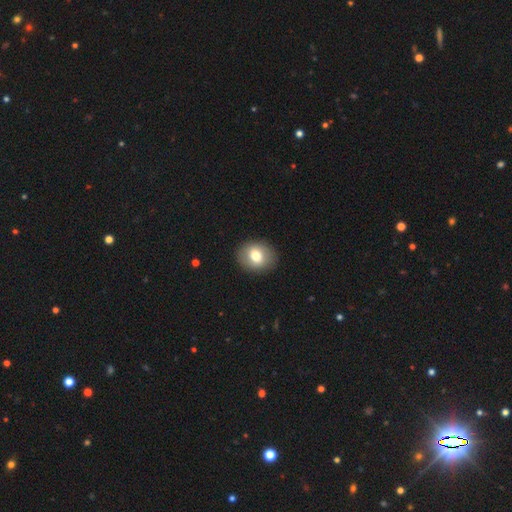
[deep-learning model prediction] A smooth galaxy with no disk features (75%) that is round (56%).

Vote fractions:
- Smooth or featured? smooth: 75% / featured or disk: 16% / star or artifact: 8%
- How rounded? round: 56% / in between: 43% / cigar-shaped: 1%
- Merging? none: 89% / minor disturbance: 7% / major disturbance: 2% / merger: 1%